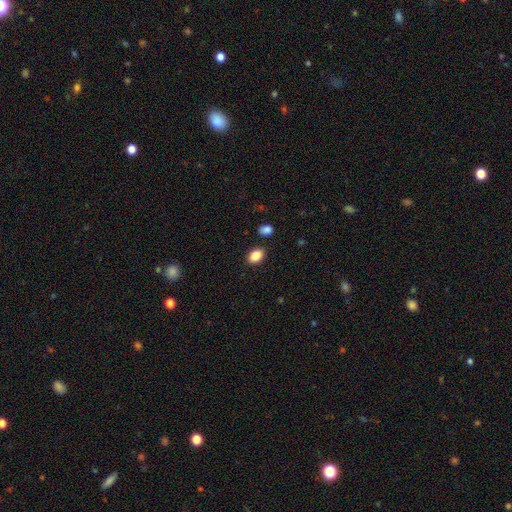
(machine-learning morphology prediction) Smooth or featured?
  - smooth: 87% *
  - star or artifact: 8%
  - featured or disk: 4%
How rounded?
  - in between: 78% *
  - round: 21%
  - cigar-shaped: 1%
Merging?
  - none: 86% *
  - minor disturbance: 9%
  - merger: 3%
  - major disturbance: 2%